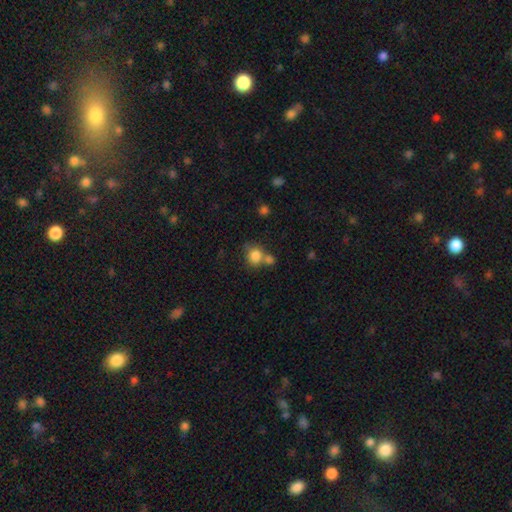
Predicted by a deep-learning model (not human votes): Smooth or featured: smooth — 83% (star or artifact — 10%)
How rounded: round — 83% (in between — 16%)
Merging: none — 50% (merger — 34%)